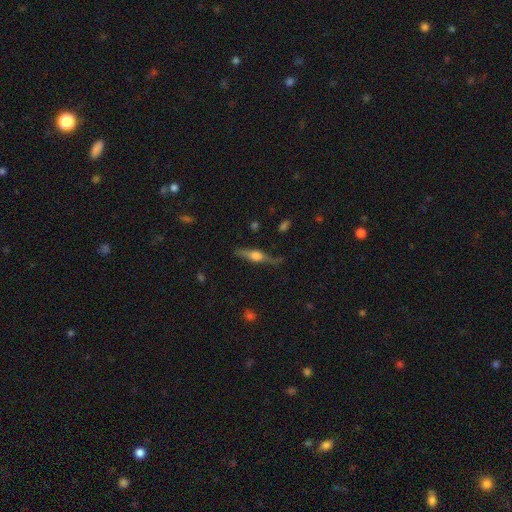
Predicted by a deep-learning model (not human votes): Smooth or featured? Predicted: featured or disk (p=0.67). Edge-on disk? Predicted: yes (p=0.95). Edge-on bulge? Predicted: rounded (p=0.89). Merging? Predicted: none (p=0.77).